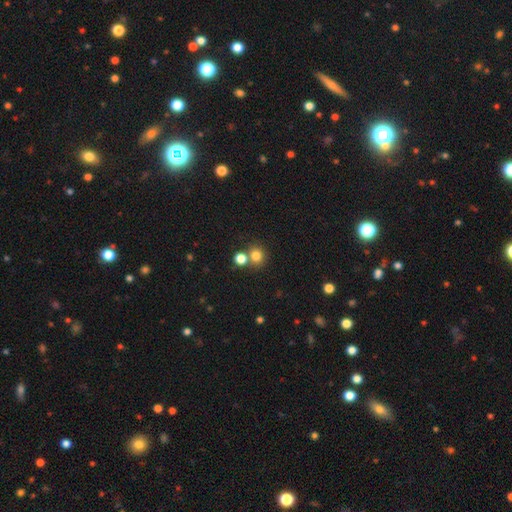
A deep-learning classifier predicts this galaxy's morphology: type=smooth (79%); roundness=round (86%); merging=none (63%).